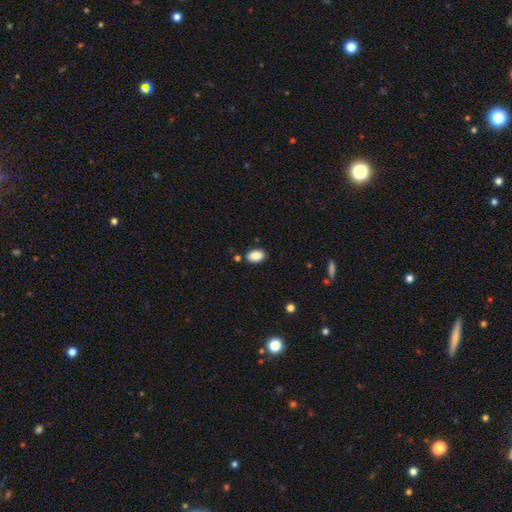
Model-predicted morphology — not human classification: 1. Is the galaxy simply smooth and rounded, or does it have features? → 88% smooth, 8% star or artifact, 4% featured or disk.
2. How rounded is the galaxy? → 87% in between, 12% round, 1% cigar-shaped.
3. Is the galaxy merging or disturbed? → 83% none, 11% minor disturbance, 4% merger, 2% major disturbance.